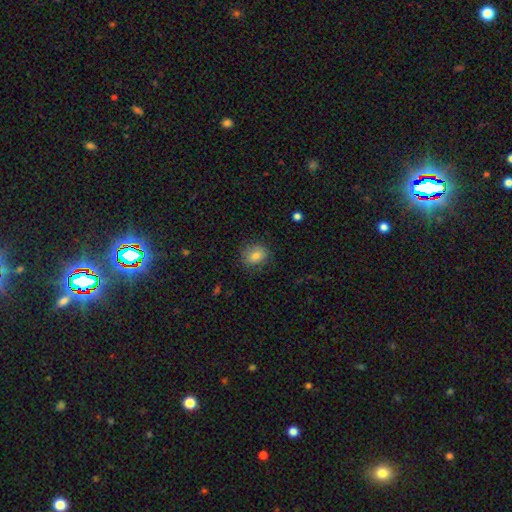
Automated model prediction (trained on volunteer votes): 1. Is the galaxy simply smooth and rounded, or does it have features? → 78% smooth, 11% star or artifact, 11% featured or disk.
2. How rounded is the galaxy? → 58% round, 41% in between, 1% cigar-shaped.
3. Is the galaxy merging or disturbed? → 81% none, 14% minor disturbance, 4% major disturbance, 1% merger.